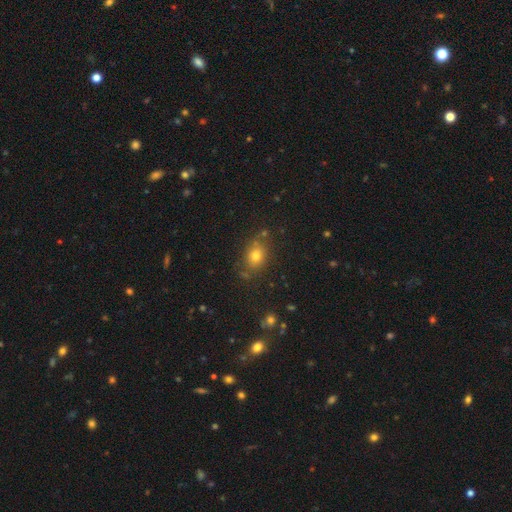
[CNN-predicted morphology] smooth-or-featured: smooth: 74% | star or artifact: 15% | featured or disk: 10%
  how-rounded: in between: 53% | round: 45% | cigar-shaped: 2%
  merging: none: 76% | minor disturbance: 15% | merger: 6% | major disturbance: 4%